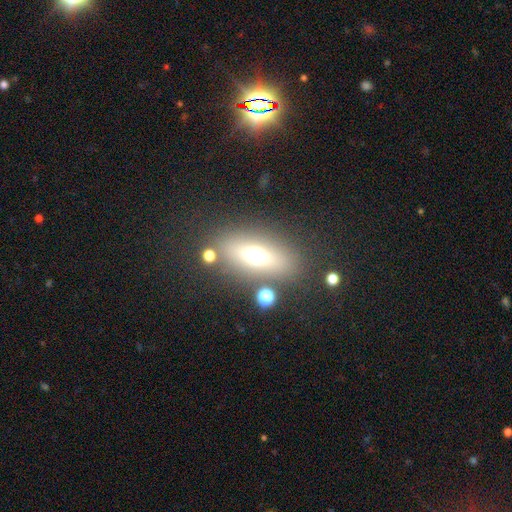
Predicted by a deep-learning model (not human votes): Morphology: type=smooth (57%); roundness=in between (71%); merging=none (79%).